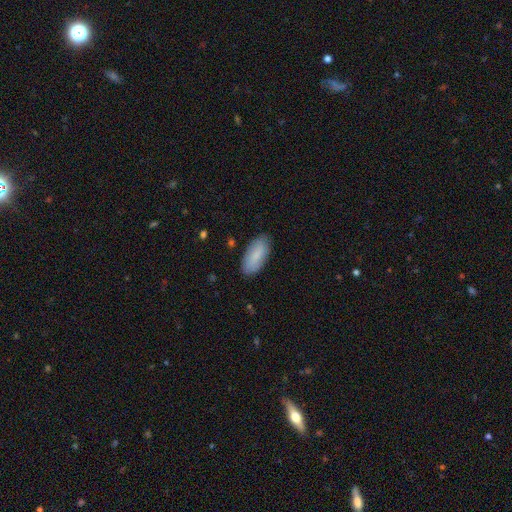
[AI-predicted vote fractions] smooth 82%, featured or disk 12%, star or artifact 6%. Down the decision tree: how rounded — in between (88%); merging — none (85%).